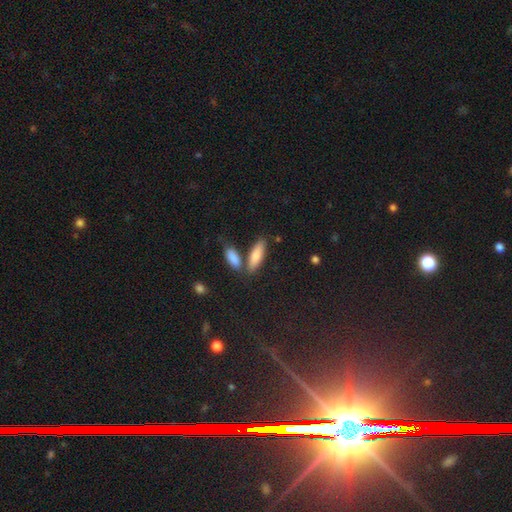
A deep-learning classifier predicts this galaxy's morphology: smooth_or_featured: smooth (p=0.82) [alt: featured or disk p=0.11]
how_rounded: in between (p=0.51) [alt: cigar-shaped p=0.47]
merging: none (p=0.69) [alt: merger p=0.17]